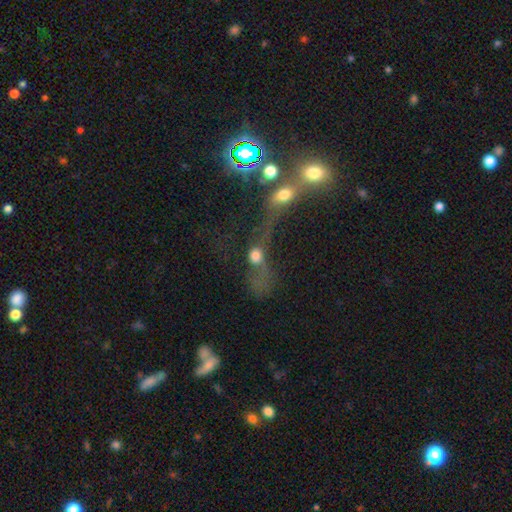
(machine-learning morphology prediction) type=smooth (55%); roundness=round (53%); merging=merger (54%).